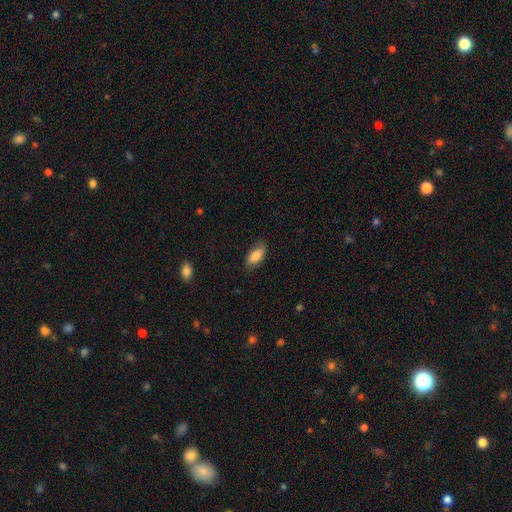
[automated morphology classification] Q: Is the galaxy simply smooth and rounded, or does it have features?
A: smooth — 80%.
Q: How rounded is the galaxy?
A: in between — 90%.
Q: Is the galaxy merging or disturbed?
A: none — 75%.